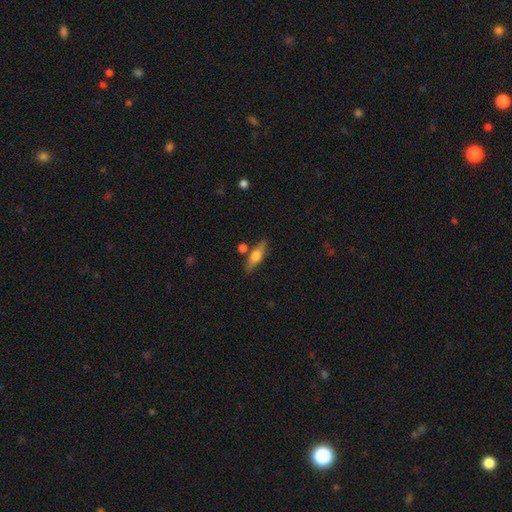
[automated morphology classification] A smooth galaxy with no disk features (49%).

Vote fractions:
- Smooth or featured? smooth: 49% / featured or disk: 44% / star or artifact: 7%
- Merging? none: 78% / minor disturbance: 11% / merger: 8% / major disturbance: 3%